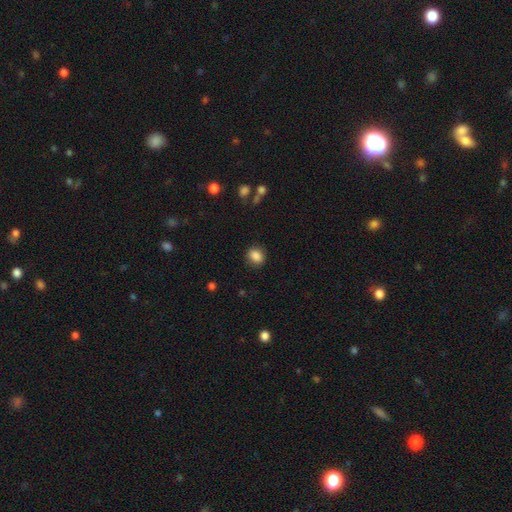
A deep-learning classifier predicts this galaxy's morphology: Q: Smooth or featured?
A: smooth (87%); runner-up: star or artifact (9%)
Q: How rounded?
A: round (56%); runner-up: in between (43%)
Q: Merging?
A: none (84%); runner-up: minor disturbance (11%)